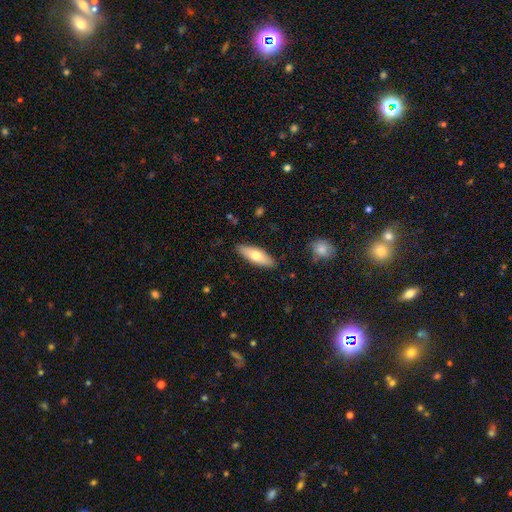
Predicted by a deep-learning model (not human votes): Q: Smooth or featured?
A: smooth (69%); runner-up: featured or disk (25%)
Q: How rounded?
A: in between (55%); runner-up: cigar-shaped (43%)
Q: Merging?
A: none (87%); runner-up: minor disturbance (10%)